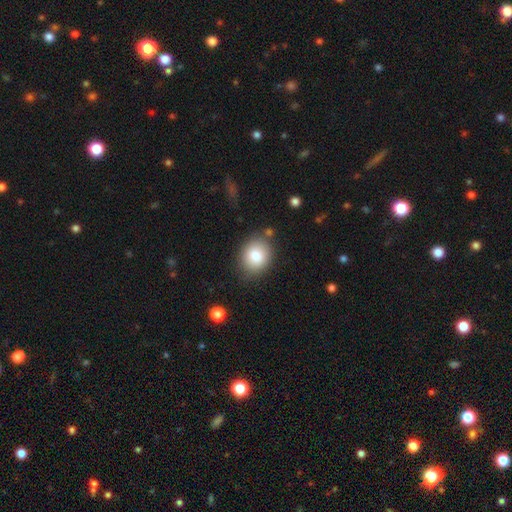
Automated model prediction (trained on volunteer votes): Smooth or featured? Predicted: smooth (p=0.82). How rounded? Predicted: round (p=0.57). Merging? Predicted: none (p=0.79).